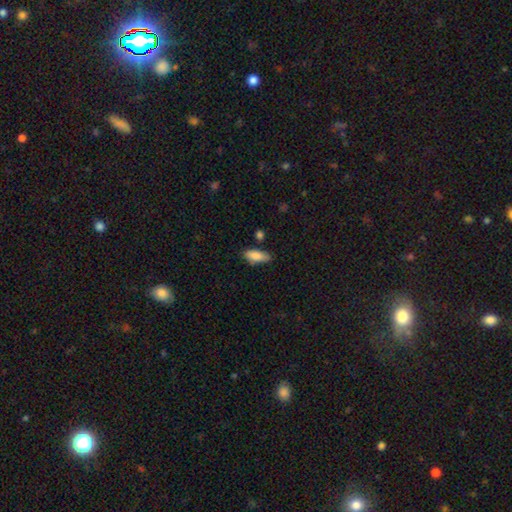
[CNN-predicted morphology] Smooth or featured? smooth (86%)
How rounded? in between (75%)
Merging? none (72%)